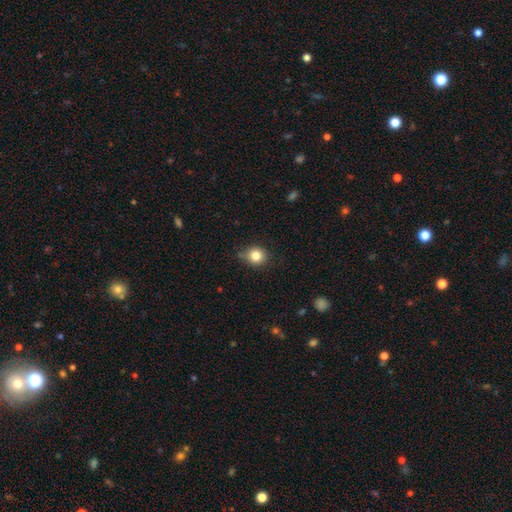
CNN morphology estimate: Q: Smooth or featured?
A: smooth (83%); runner-up: star or artifact (11%)
Q: How rounded?
A: round (78%); runner-up: in between (21%)
Q: Merging?
A: none (74%); runner-up: minor disturbance (21%)